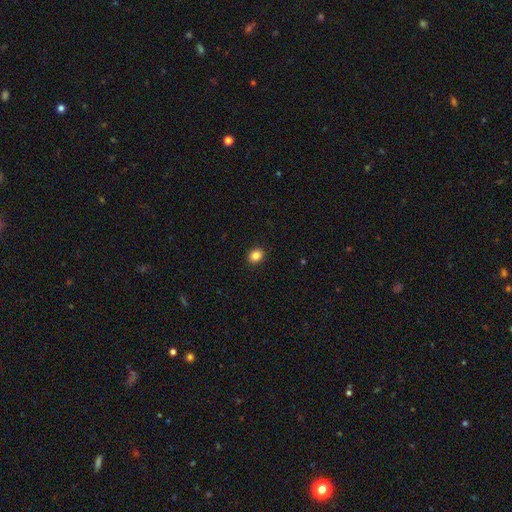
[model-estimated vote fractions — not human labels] A smooth galaxy with no disk features (85%) that is round (64%). Merging: none (92%).